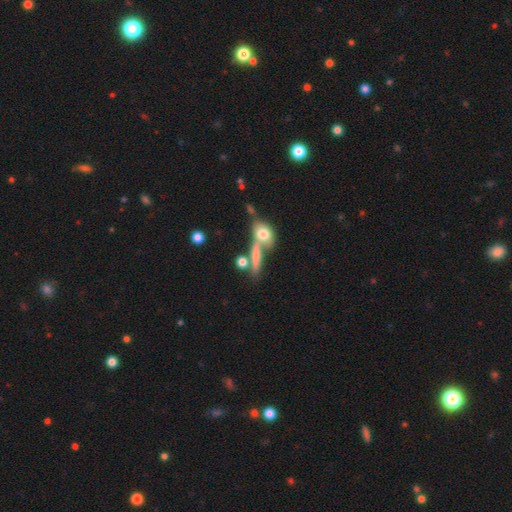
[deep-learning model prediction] This is likely a smooth galaxy (65%). How rounded: possibly cigar-shaped (47%). Merging: marginally merger (45%).